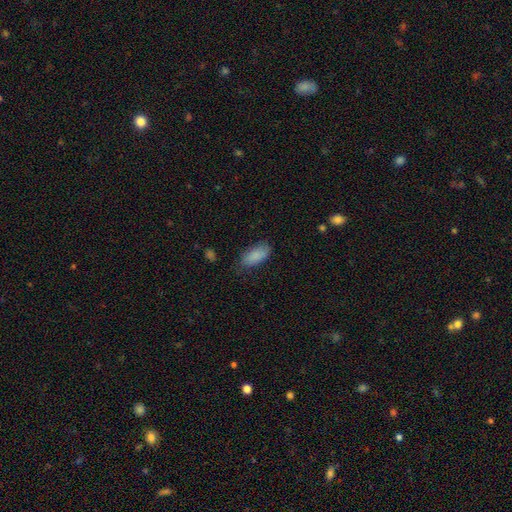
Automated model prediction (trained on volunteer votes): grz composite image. It shows a smooth galaxy with no disk features (87%) that is in between round and cigar-shaped (87%). Merging: none (70%).